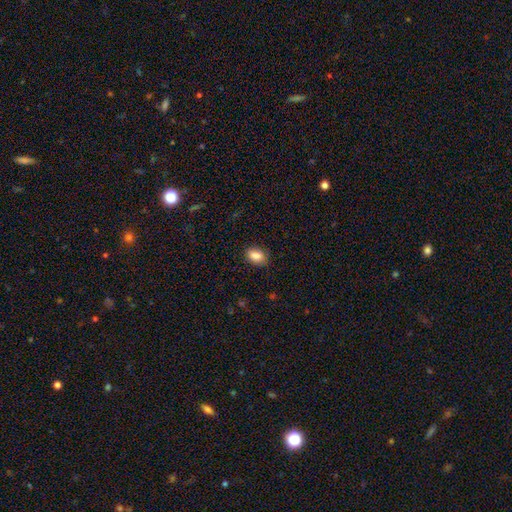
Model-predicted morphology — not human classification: A smooth galaxy with no disk features (86%) that is in between round and cigar-shaped (84%).

Vote fractions:
- Smooth or featured? smooth: 86% / star or artifact: 8% / featured or disk: 5%
- How rounded? in between: 84% / round: 15% / cigar-shaped: 2%
- Merging? none: 81% / minor disturbance: 15% / major disturbance: 3% / merger: 1%